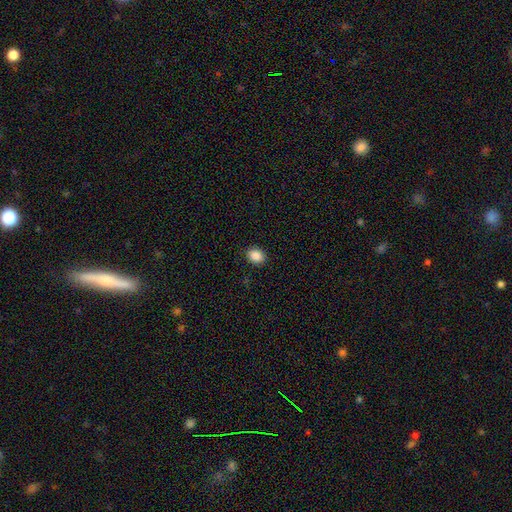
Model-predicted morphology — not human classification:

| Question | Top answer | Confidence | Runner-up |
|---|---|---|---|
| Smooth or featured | smooth | 87% | star or artifact (9%) |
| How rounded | round | 52% | in between (48%) |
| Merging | none | 91% | minor disturbance (7%) |